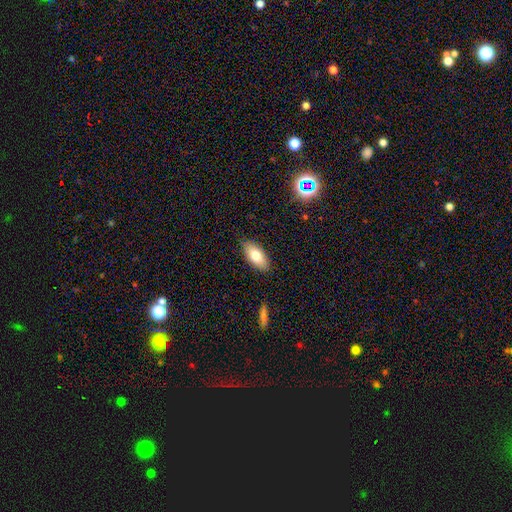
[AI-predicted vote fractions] smooth 78%, featured or disk 15%, star or artifact 7%. Down the decision tree: how rounded — in between (91%); merging — none (85%).